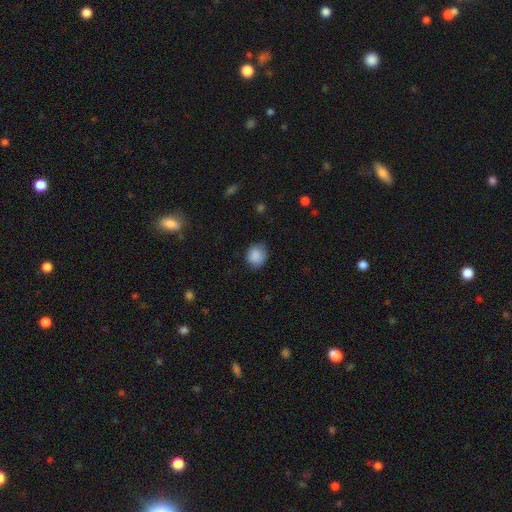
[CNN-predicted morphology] smooth_or_featured: smooth (p=0.87) [alt: star or artifact p=0.08]
how_rounded: round (p=0.74) [alt: in between p=0.25]
merging: none (p=0.72) [alt: minor disturbance p=0.22]